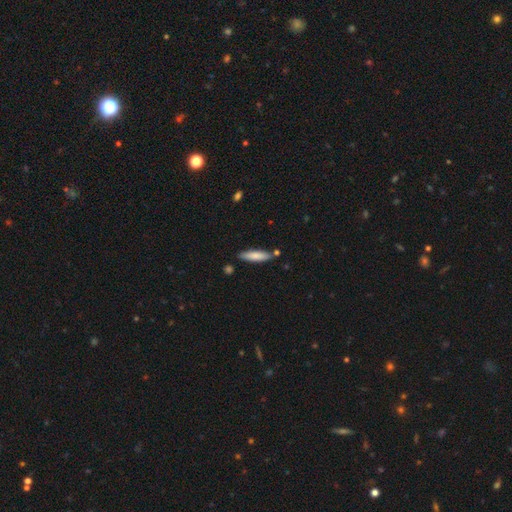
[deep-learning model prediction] smooth_or_featured: smooth (p=0.80) [alt: featured or disk p=0.15]
how_rounded: cigar-shaped (p=0.76) [alt: in between p=0.23]
merging: none (p=0.82) [alt: minor disturbance p=0.12]